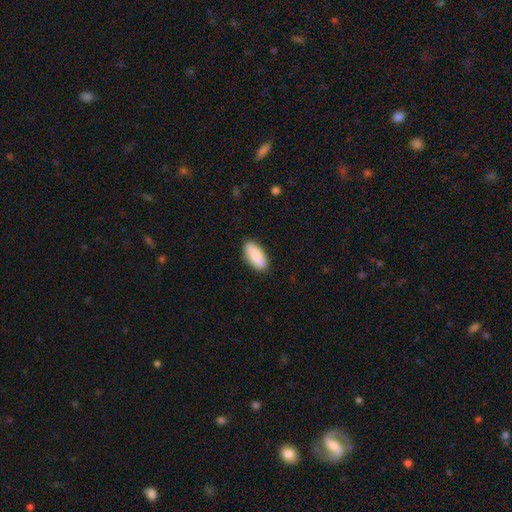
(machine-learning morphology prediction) Q: Smooth or featured?
A: smooth (86%); runner-up: featured or disk (8%)
Q: How rounded?
A: in between (87%); runner-up: cigar-shaped (11%)
Q: Merging?
A: none (88%); runner-up: minor disturbance (9%)